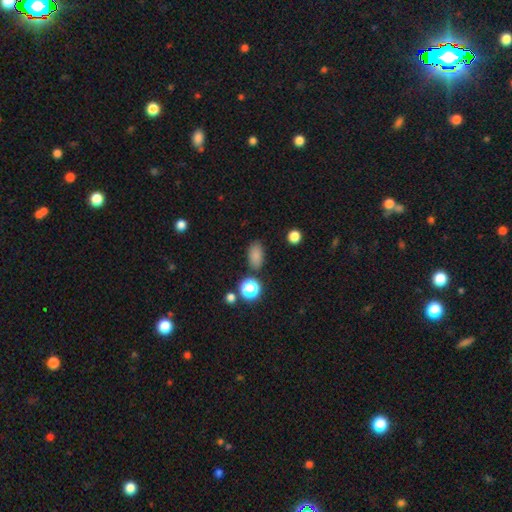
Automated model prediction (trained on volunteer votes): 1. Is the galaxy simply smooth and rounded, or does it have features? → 81% smooth, 14% star or artifact, 5% featured or disk.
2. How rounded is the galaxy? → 86% in between, 11% round, 3% cigar-shaped.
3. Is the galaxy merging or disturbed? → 81% none, 12% minor disturbance, 4% merger, 3% major disturbance.